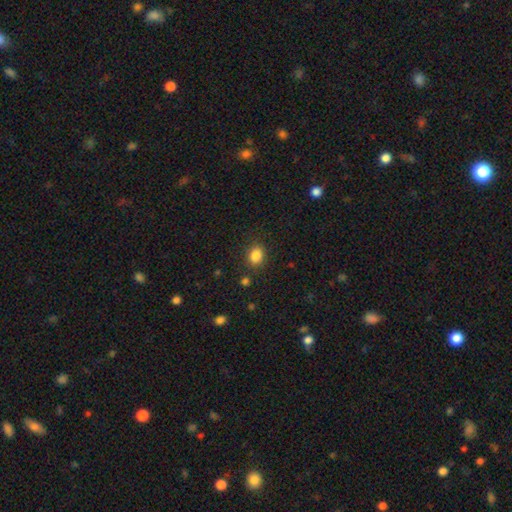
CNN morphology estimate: Smooth or featured? smooth (85%)
How rounded? round (51%)
Merging? none (85%)